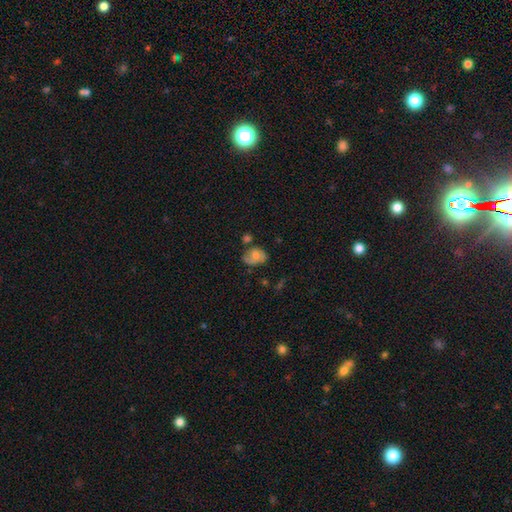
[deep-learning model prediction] Smooth or featured? featured or disk (48%)
Merging? none (50%)